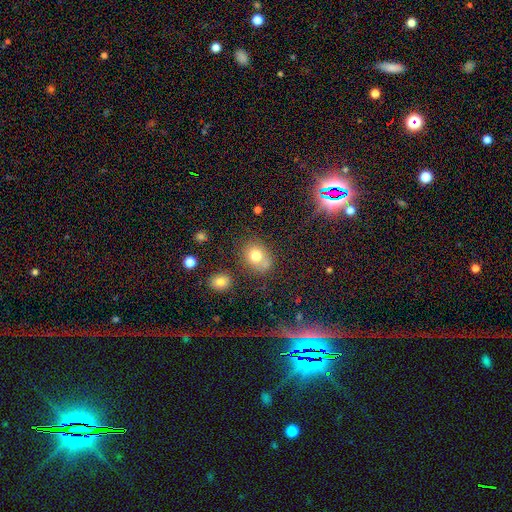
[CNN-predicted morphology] A smooth galaxy with no disk features (75%) that is round (58%). Merging: none (63%).